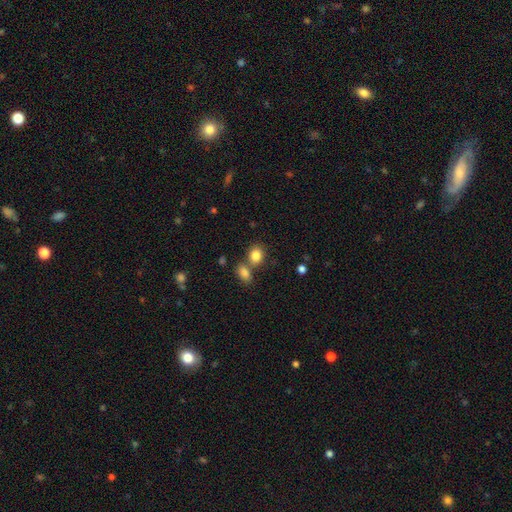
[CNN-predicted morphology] This appears to be a smooth galaxy with no disk features (85%) that is round (52%). Merging: none (56%).